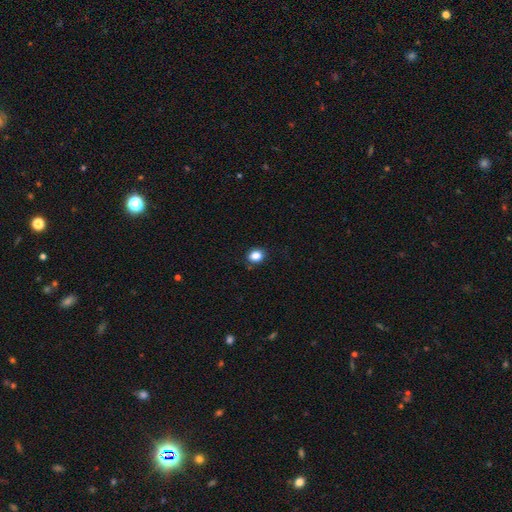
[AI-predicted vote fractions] Overall: smooth (85%). How rounded: round (54%; in between 45%). Merging: none (85%).